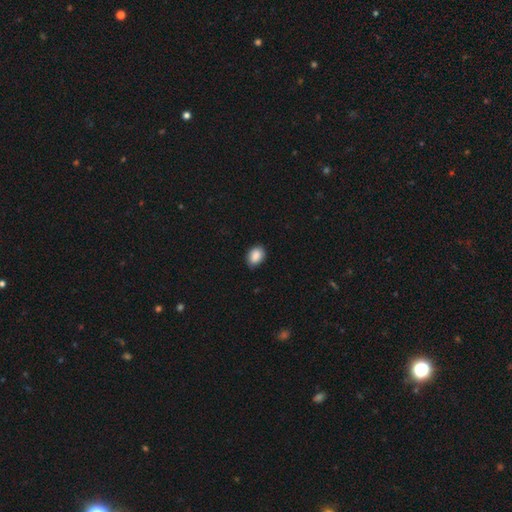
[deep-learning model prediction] Smooth or featured: smooth — 88% (star or artifact — 8%)
How rounded: in between — 75% (round — 24%)
Merging: none — 81% (minor disturbance — 15%)